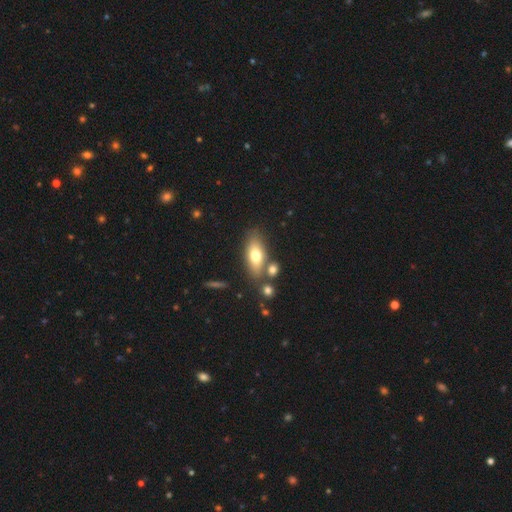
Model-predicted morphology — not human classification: The model was most divided on "smooth or featured": smooth: 68%, featured or disk: 25%, star or artifact: 8%. More confident: how rounded — in between (76%); merging — none (69%).